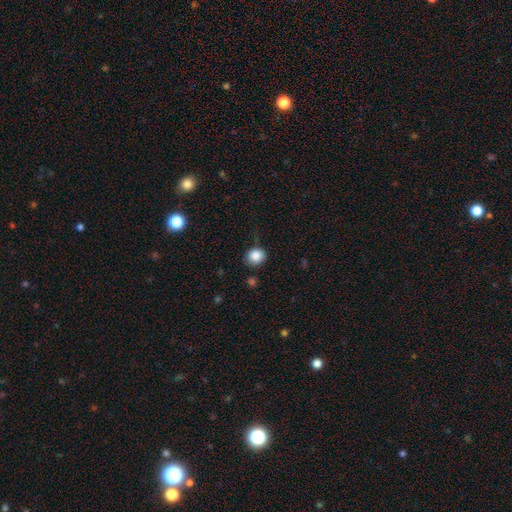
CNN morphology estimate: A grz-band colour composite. It shows a smooth galaxy with no disk features (87%) that is round (77%). Merging: none (73%).